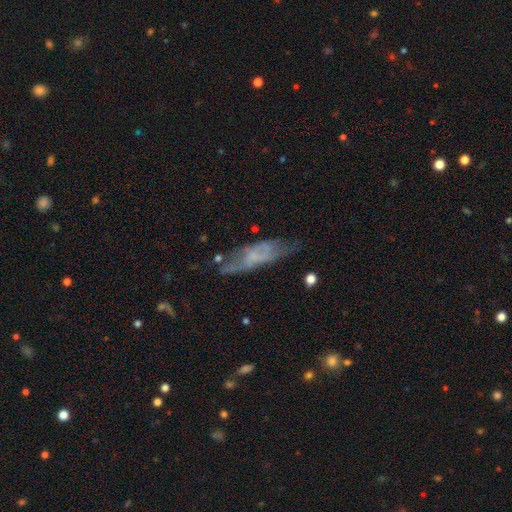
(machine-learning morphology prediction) Smooth or featured: featured or disk — 55% (smooth — 35%)
Edge-on disk: no — 67% (yes — 33%)
Merging: none — 53% (minor disturbance — 26%)